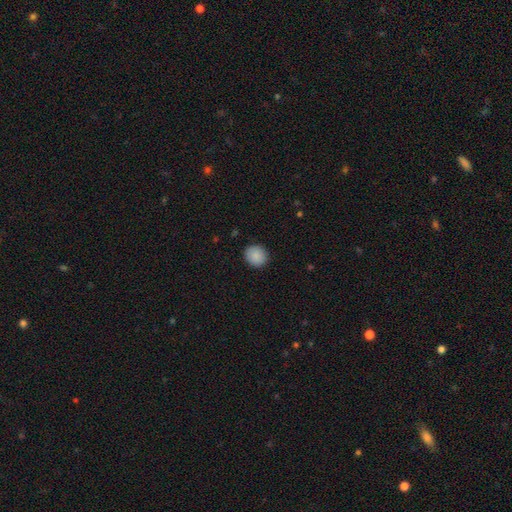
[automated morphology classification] Overall: smooth (88%). How rounded: round (82%). Merging: none (89%).